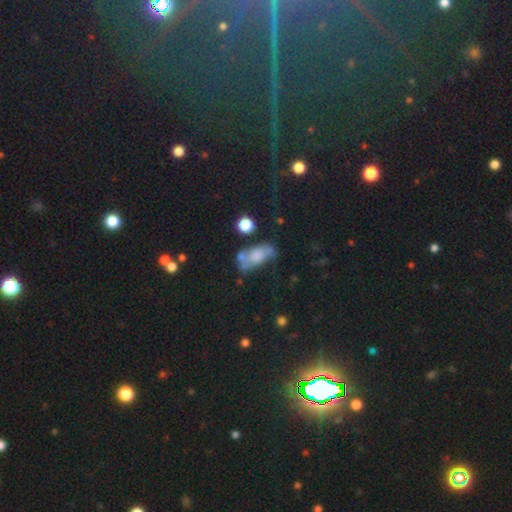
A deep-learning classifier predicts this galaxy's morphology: Smooth or featured? smooth (54%)
How rounded? in between (80%)
Merging? none (35%)